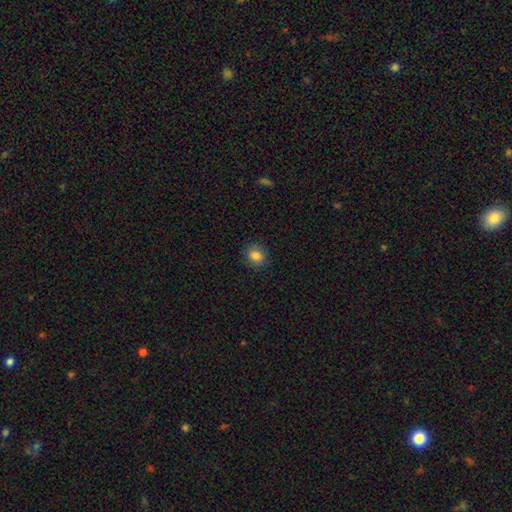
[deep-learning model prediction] This appears to be a smooth galaxy with no disk features (83%) that is round (69%). Merging: none (87%).